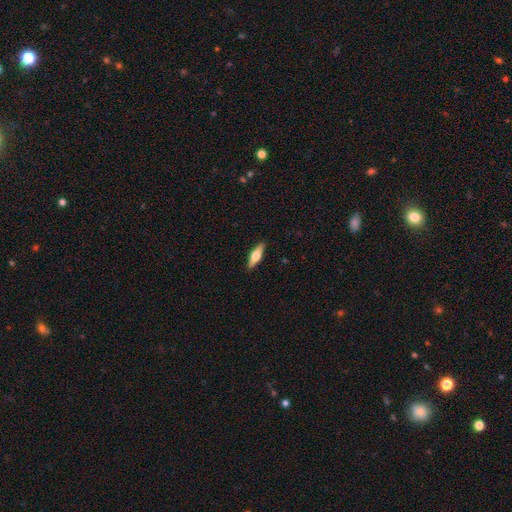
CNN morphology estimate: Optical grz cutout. It shows a featured or disk galaxy (52%) viewed edge-on (94%). Merging: none (90%).